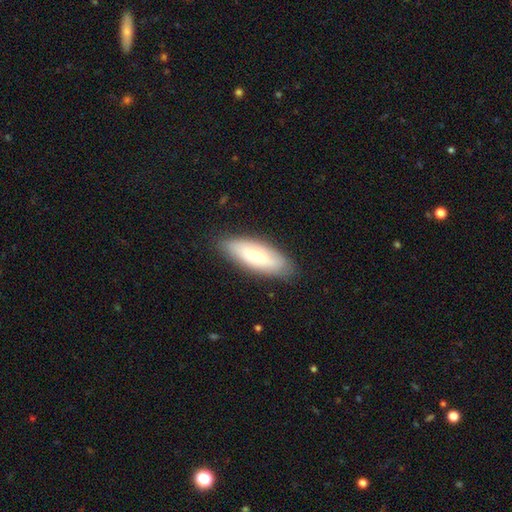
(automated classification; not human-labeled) smooth 66%, featured or disk 28%, star or artifact 6%. Down the decision tree: how rounded — in between (69%); merging — none (85%).